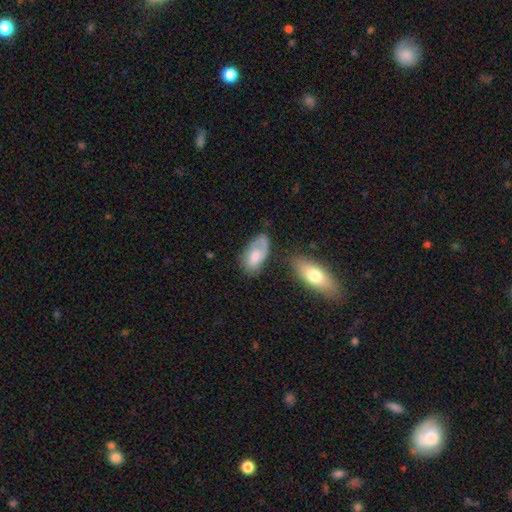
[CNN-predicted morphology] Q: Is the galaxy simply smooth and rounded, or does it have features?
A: smooth — 65%.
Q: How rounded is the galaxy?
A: in between — 93%.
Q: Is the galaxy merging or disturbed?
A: none — 45%.